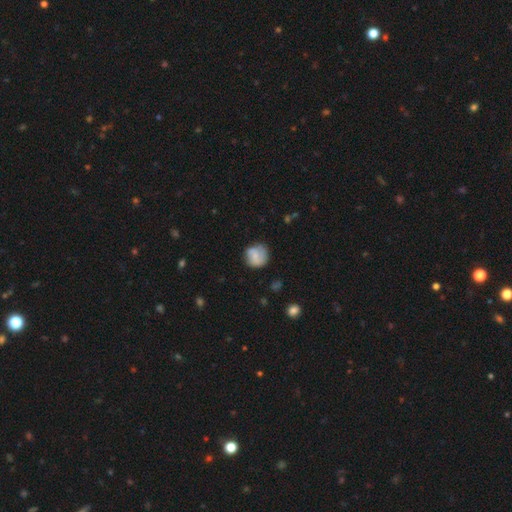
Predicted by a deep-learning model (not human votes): Smooth or featured? Predicted: smooth (p=0.60). How rounded? Predicted: round (p=0.83). Merging? Predicted: none (p=0.62).